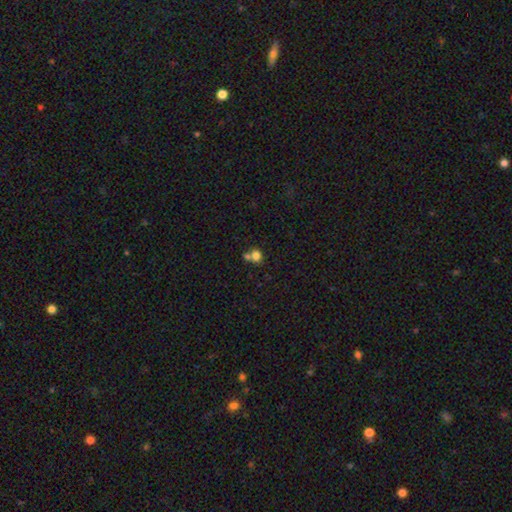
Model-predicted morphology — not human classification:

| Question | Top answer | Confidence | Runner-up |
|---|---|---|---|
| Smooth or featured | smooth | 78% | star or artifact (12%) |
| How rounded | round | 68% | in between (31%) |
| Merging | merger | 45% | none (43%) |